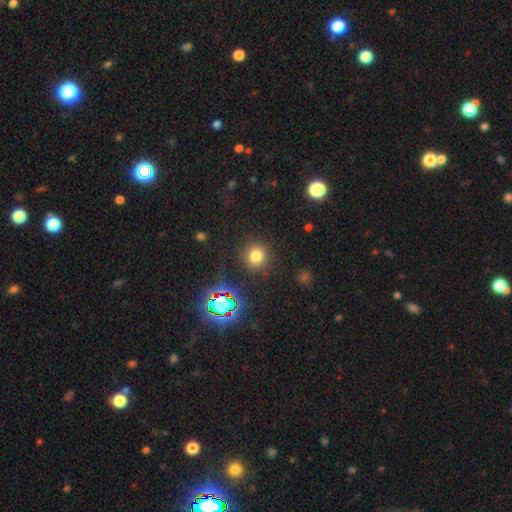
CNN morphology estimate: Smooth or featured: smooth — 74% (star or artifact — 20%)
How rounded: round — 90% (in between — 9%)
Merging: none — 88% (minor disturbance — 7%)